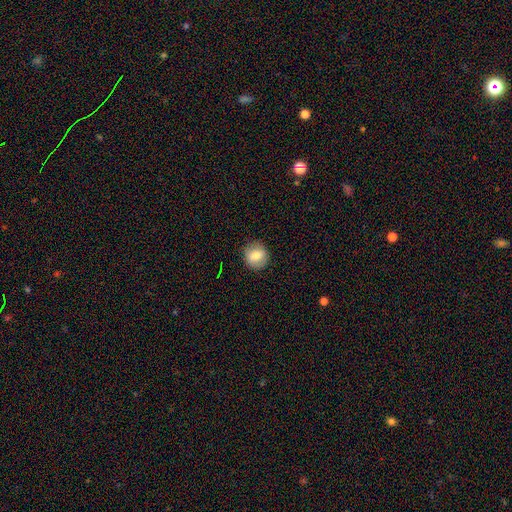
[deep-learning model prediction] The model was most divided on "smooth or featured": smooth: 75%, featured or disk: 16%, star or artifact: 9%. More confident: merging — none (88%); how rounded — round (88%).